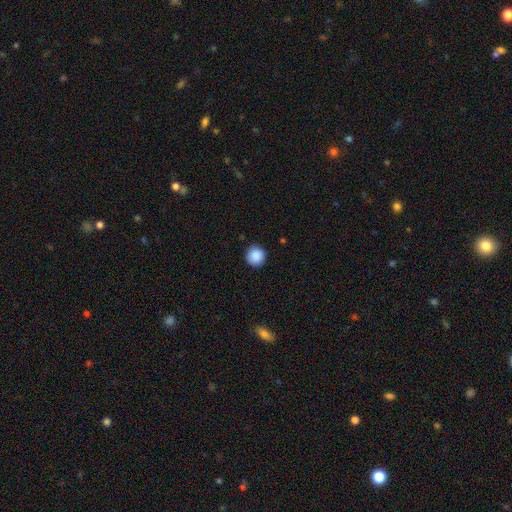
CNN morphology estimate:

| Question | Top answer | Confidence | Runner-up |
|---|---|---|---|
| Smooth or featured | smooth | 89% | star or artifact (9%) |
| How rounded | round | 95% | in between (4%) |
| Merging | none | 91% | minor disturbance (7%) |